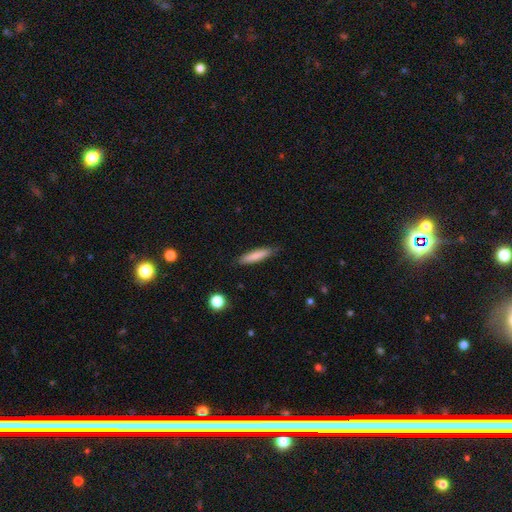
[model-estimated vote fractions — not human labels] Q: Smooth or featured?
A: smooth (80%); runner-up: featured or disk (14%)
Q: How rounded?
A: cigar-shaped (83%); runner-up: in between (16%)
Q: Merging?
A: none (84%); runner-up: minor disturbance (12%)